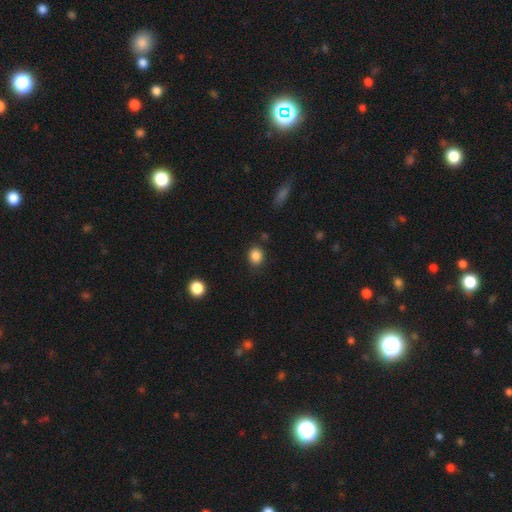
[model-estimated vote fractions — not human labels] A smooth galaxy with no disk features (86%) that is round (65%).

Vote fractions:
- Smooth or featured? smooth: 86% / star or artifact: 10% / featured or disk: 4%
- How rounded? round: 65% / in between: 34% / cigar-shaped: 1%
- Merging? none: 85% / minor disturbance: 10% / major disturbance: 3% / merger: 2%